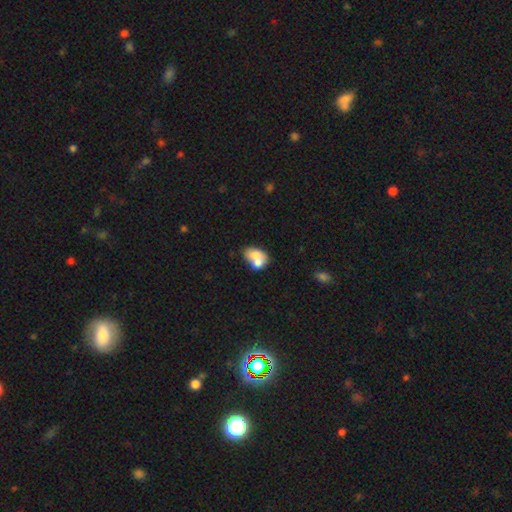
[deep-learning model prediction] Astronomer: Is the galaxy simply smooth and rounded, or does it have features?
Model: smooth — 70%.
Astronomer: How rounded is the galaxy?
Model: in between — 75%.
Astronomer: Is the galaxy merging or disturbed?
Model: merger — 60%.